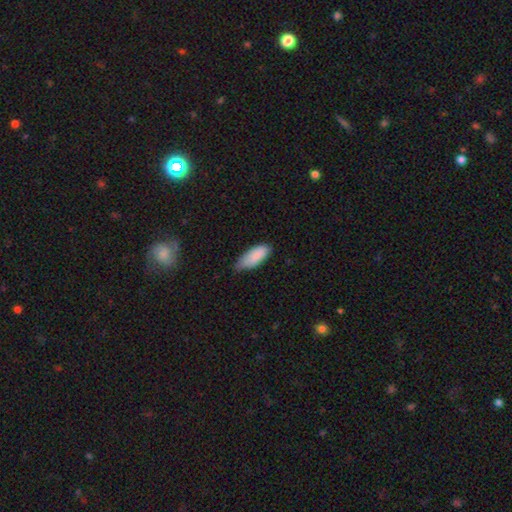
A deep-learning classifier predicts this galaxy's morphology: This is clearly a smooth galaxy (87%). How rounded: clearly in between (82%). Merging: possibly none (48%).